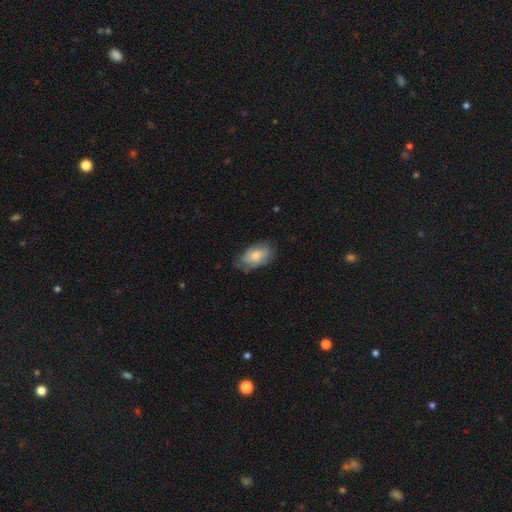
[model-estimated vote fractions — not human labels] This is likely a smooth galaxy (74%). How rounded: clearly in between (92%). Merging: possibly none (58%).